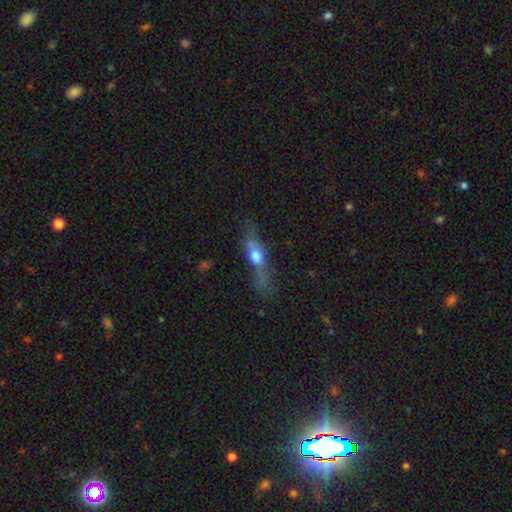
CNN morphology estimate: This is possibly a smooth galaxy (49%). Merging: marginally none (44%).